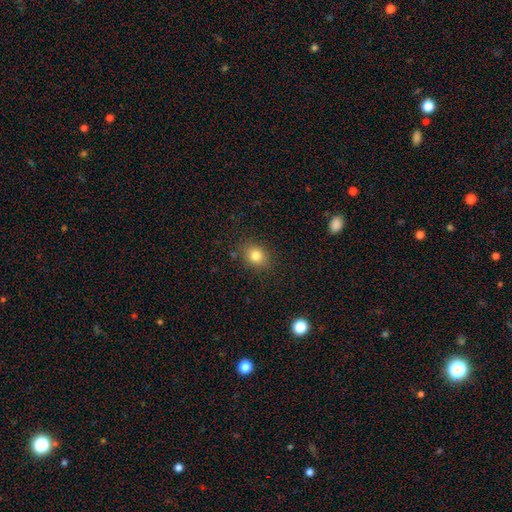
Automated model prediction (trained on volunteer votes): Q: Smooth or featured?
A: smooth (81%); runner-up: star or artifact (12%)
Q: How rounded?
A: round (60%); runner-up: in between (39%)
Q: Merging?
A: none (85%); runner-up: minor disturbance (10%)